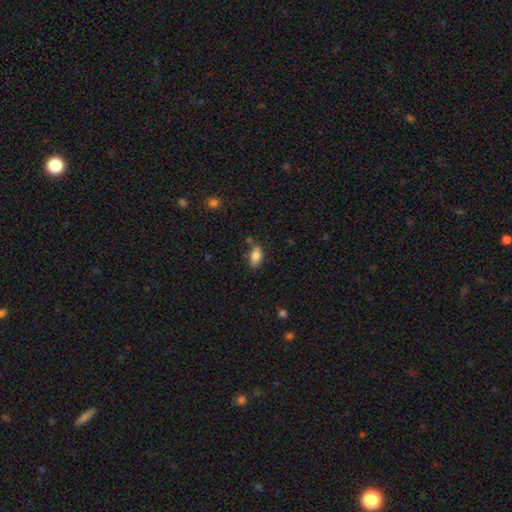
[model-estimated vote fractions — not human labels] Smooth or featured: smooth — 82% (featured or disk — 10%)
How rounded: in between — 89% (cigar-shaped — 6%)
Merging: none — 71% (minor disturbance — 19%)